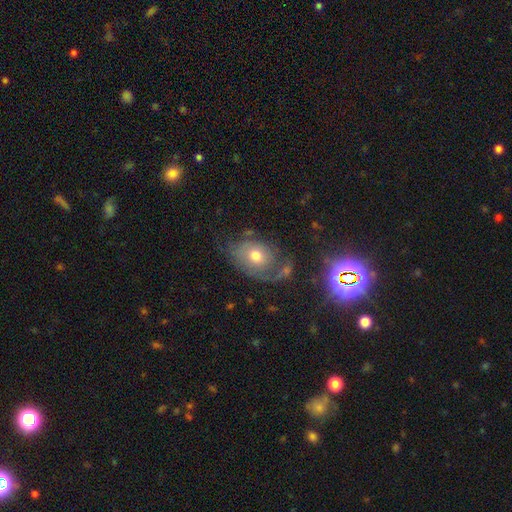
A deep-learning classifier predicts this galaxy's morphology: Smooth or featured: smooth — 47% (featured or disk — 43%)
Merging: none — 43% (minor disturbance — 24%)